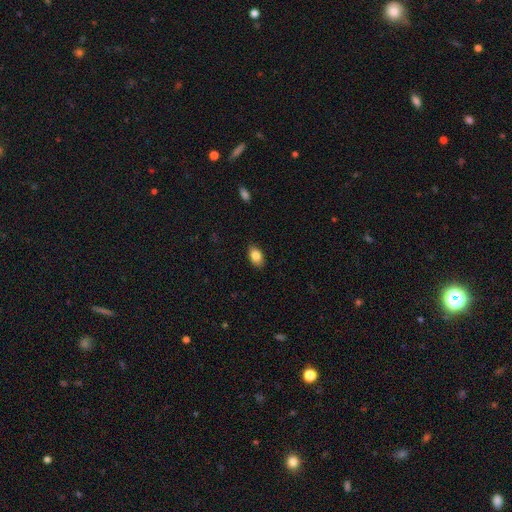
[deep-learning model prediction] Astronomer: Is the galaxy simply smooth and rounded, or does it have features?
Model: smooth — 85%.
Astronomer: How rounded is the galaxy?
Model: in between — 90%.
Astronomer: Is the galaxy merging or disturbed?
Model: none — 87%.